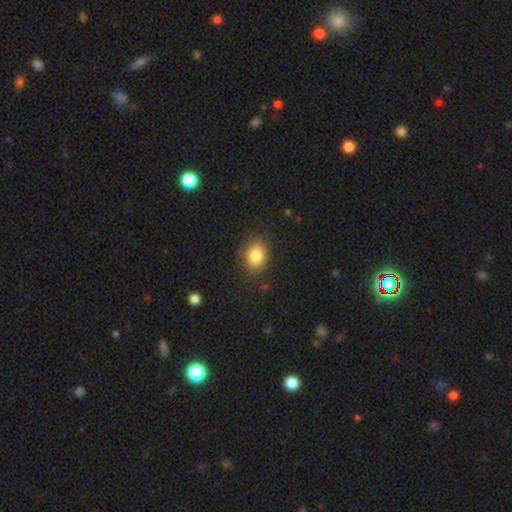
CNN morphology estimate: Smooth or featured? smooth (83%)
How rounded? in between (67%)
Merging? none (81%)